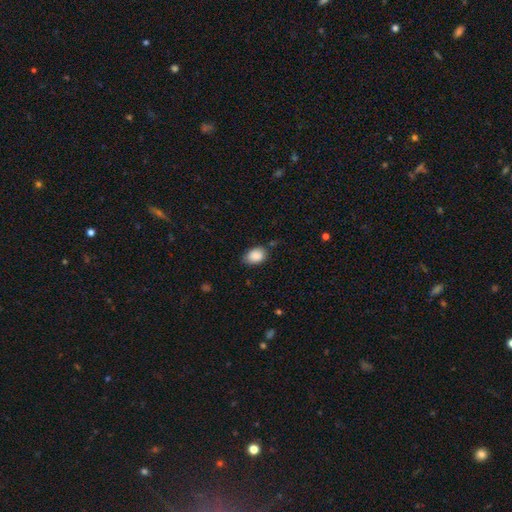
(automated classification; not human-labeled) Smooth or featured: smooth — 88% (star or artifact — 7%)
How rounded: in between — 78% (round — 21%)
Merging: none — 73% (minor disturbance — 21%)